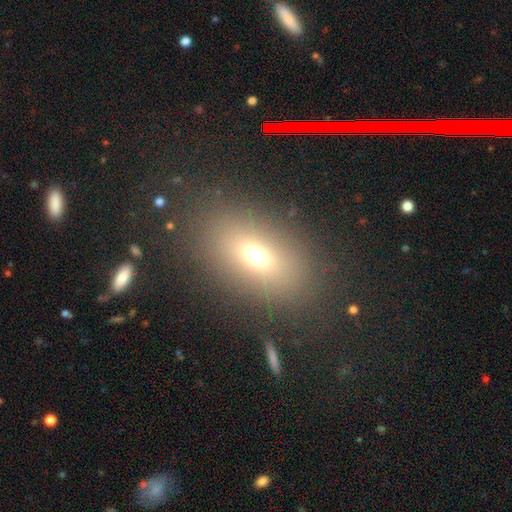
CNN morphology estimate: Smooth or featured? Predicted: smooth (p=0.65). How rounded? Predicted: in between (p=0.75). Merging? Predicted: none (p=0.81).